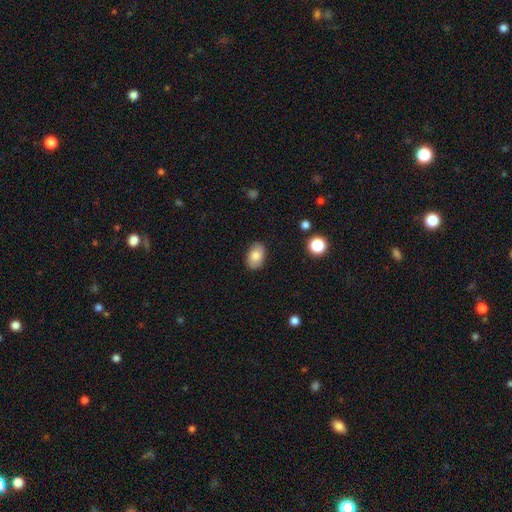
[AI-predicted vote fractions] The model was most divided on "smooth or featured": smooth: 81%, featured or disk: 12%, star or artifact: 8%. More confident: how rounded — in between (87%); merging — none (85%).